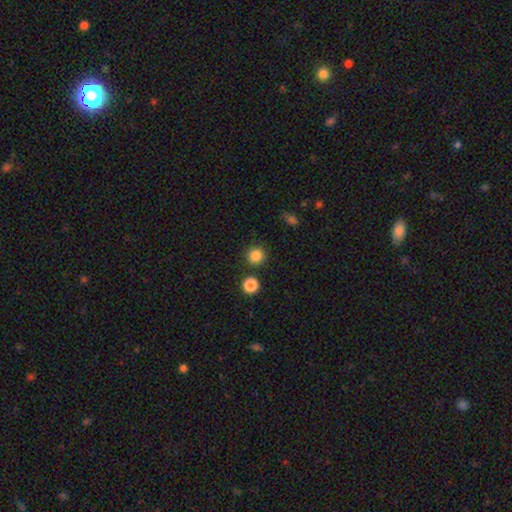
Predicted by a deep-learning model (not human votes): Smooth or featured? smooth (85%)
How rounded? round (94%)
Merging? none (88%)